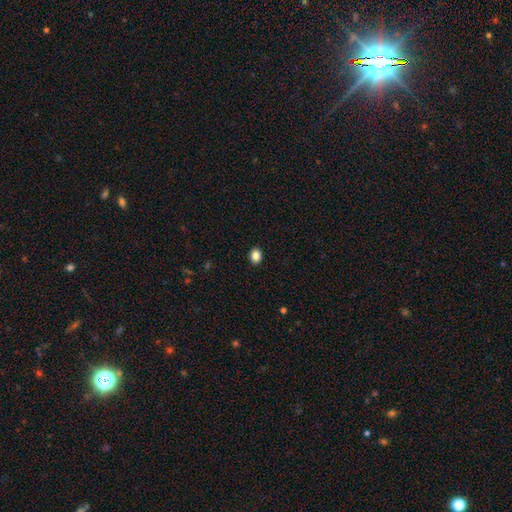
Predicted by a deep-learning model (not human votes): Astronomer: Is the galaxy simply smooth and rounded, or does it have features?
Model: smooth — 86%.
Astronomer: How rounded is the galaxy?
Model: in between — 54% (runner-up: round, 45%).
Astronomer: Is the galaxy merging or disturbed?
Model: none — 91%.